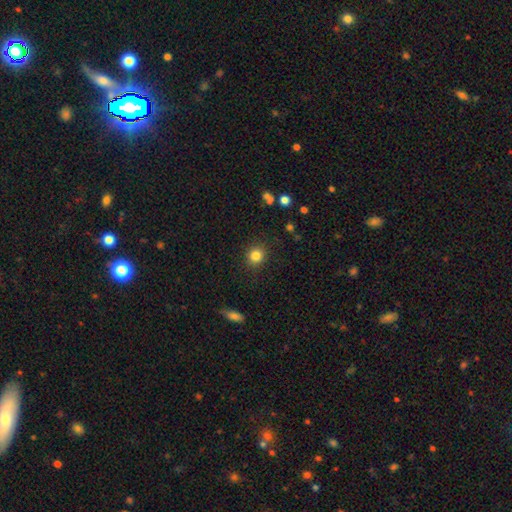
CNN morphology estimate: Overall: smooth (84%). How rounded: round (87%). Merging: none (89%).